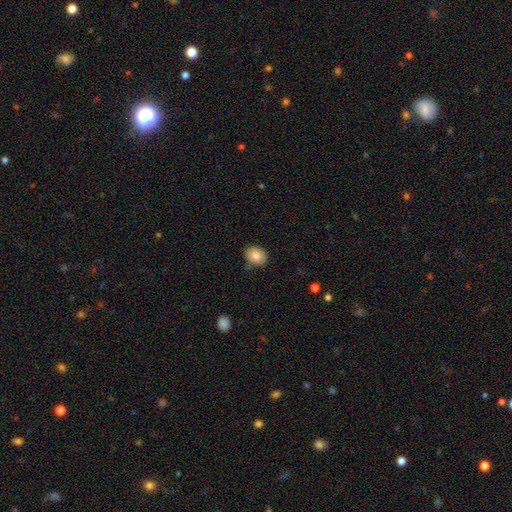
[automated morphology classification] smooth-or-featured: smooth: 85% | star or artifact: 8% | featured or disk: 7%
  how-rounded: in between: 54% | round: 45% | cigar-shaped: 1%
  merging: none: 77% | minor disturbance: 17% | major disturbance: 3% | merger: 3%